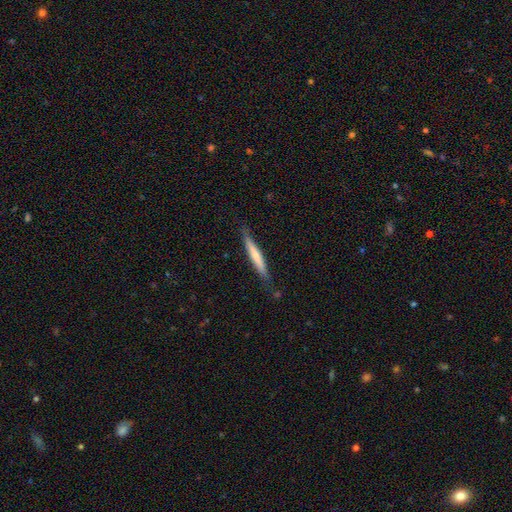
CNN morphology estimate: smooth_or_featured: smooth (p=0.59) [alt: featured or disk p=0.36]
how_rounded: cigar-shaped (p=0.95) [alt: in between p=0.04]
merging: none (p=0.82) [alt: minor disturbance p=0.14]